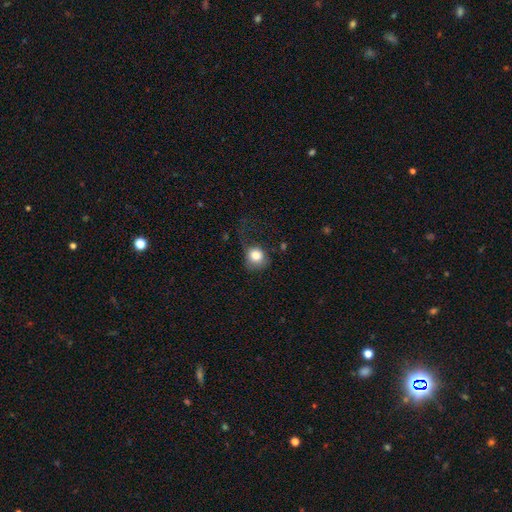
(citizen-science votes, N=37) This appears to be a smooth galaxy with no disk features (86%) that is round (72%). Merging: none (36%).